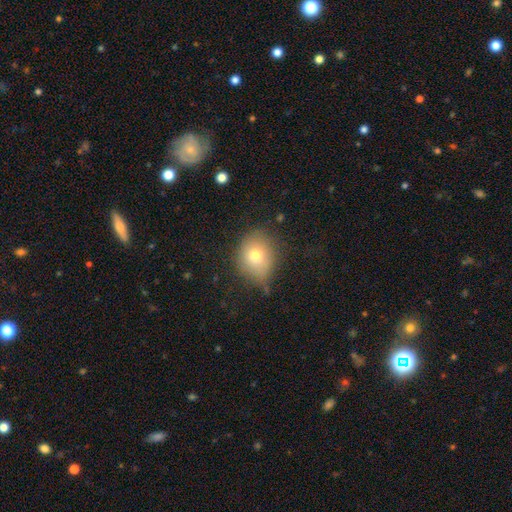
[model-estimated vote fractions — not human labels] The model was most divided on "how rounded": round: 61%, in between: 38%, cigar-shaped: 1%. More confident: smooth or featured — smooth (73%); merging — none (62%).